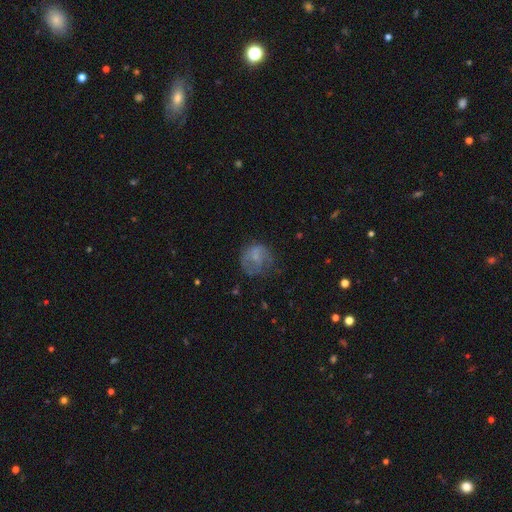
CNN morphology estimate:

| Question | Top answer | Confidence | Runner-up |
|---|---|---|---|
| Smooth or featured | smooth | 48% | featured or disk (42%) |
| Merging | none | 52% | minor disturbance (24%) |